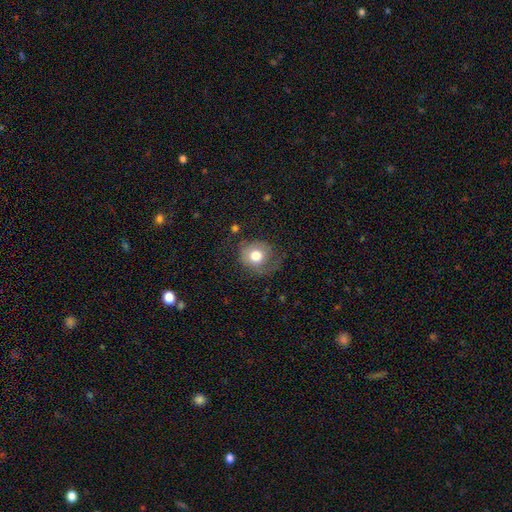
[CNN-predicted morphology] Overall: smooth (72%). How rounded: round (78%). Merging: none (52%; minor disturbance 27%).